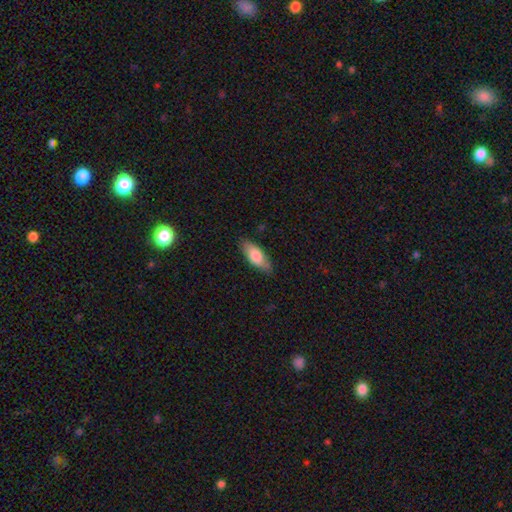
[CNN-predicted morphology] Smooth or featured: smooth — 76% (featured or disk — 18%)
How rounded: in between — 78% (cigar-shaped — 20%)
Merging: none — 82% (minor disturbance — 15%)